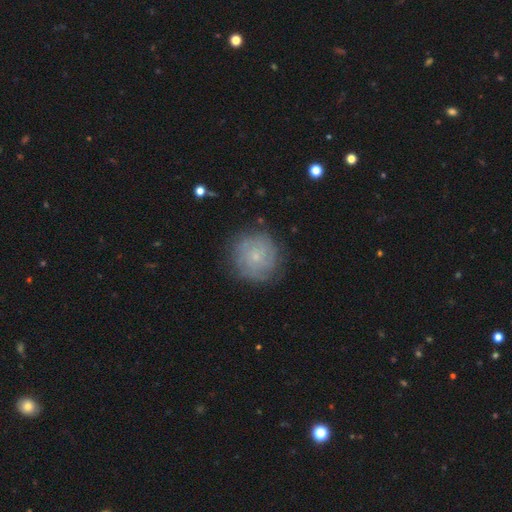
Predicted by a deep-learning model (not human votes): A featured or disk galaxy (61%) with no bar (80%), tight (71%) spiral arms (87%) and a small central bulge (79%).

Vote fractions:
- Smooth or featured? featured or disk: 61% / smooth: 30% / star or artifact: 9%
- Edge-on disk? no: 98% / yes: 2%
- Bar? no: 80% / weak: 17% / strong: 2%
- Spiral arms? yes: 87% / no: 13%
- Spiral winding? tight: 71% / medium: 22% / loose: 7%
- Spiral arm count? can't tell: 46% / 2: 16% / 3: 15% / 4: 11% / more than 4: 6% / 1: 6%
- Bulge size? small: 79% / moderate: 13% / none: 6% / large: 1% / dominant: 1%
- Merging? none: 80% / minor disturbance: 14% / major disturbance: 5% / merger: 1%